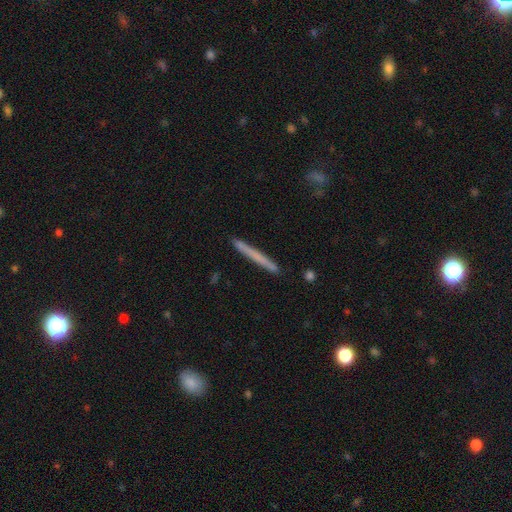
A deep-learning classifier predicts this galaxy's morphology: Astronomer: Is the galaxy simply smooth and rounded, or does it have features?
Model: smooth — 60%.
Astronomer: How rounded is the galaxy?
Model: cigar-shaped — 97%.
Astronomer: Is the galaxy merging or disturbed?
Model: none — 90%.